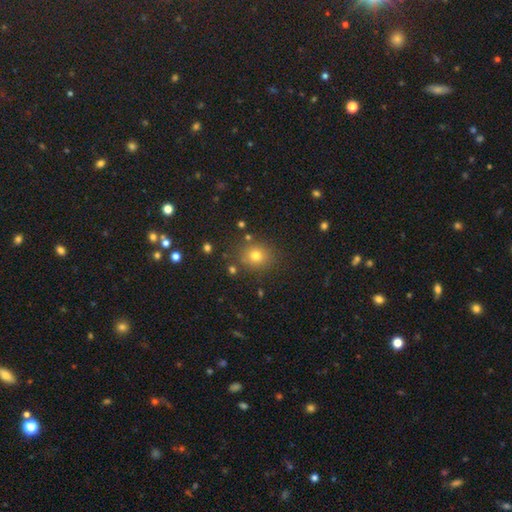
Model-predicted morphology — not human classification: A smooth galaxy with no disk features (72%) that is round (76%). Merging: none (84%).